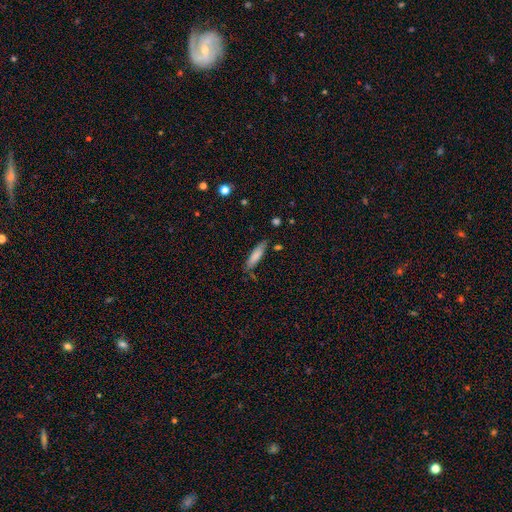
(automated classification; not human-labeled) Smooth or featured? smooth (81%)
How rounded? cigar-shaped (70%)
Merging? none (77%)